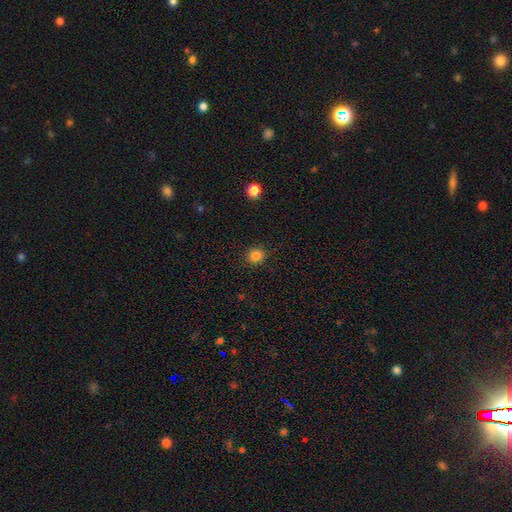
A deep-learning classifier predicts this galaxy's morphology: A smooth galaxy with no disk features (83%) that is round (87%). Merging: none (90%).